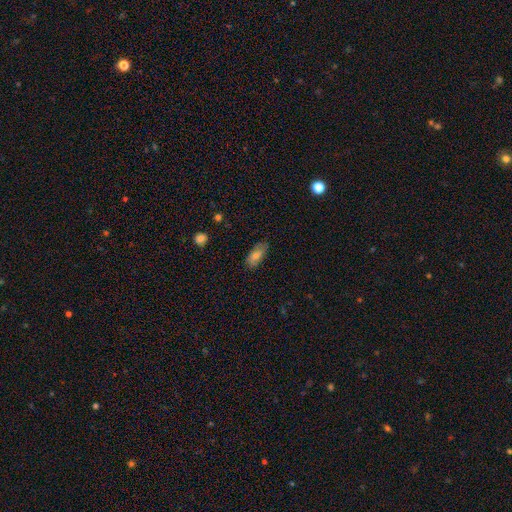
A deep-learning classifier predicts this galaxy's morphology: A smooth galaxy with no disk features (73%) that is in between round and cigar-shaped (84%).

Vote fractions:
- Smooth or featured? smooth: 73% / featured or disk: 19% / star or artifact: 8%
- How rounded? in between: 84% / cigar-shaped: 13% / round: 3%
- Merging? none: 81% / minor disturbance: 15% / major disturbance: 3% / merger: 1%